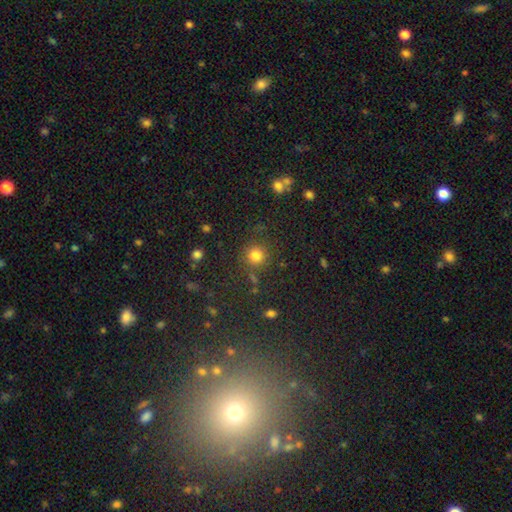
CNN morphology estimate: Smooth or featured? smooth (79%)
How rounded? round (93%)
Merging? none (83%)